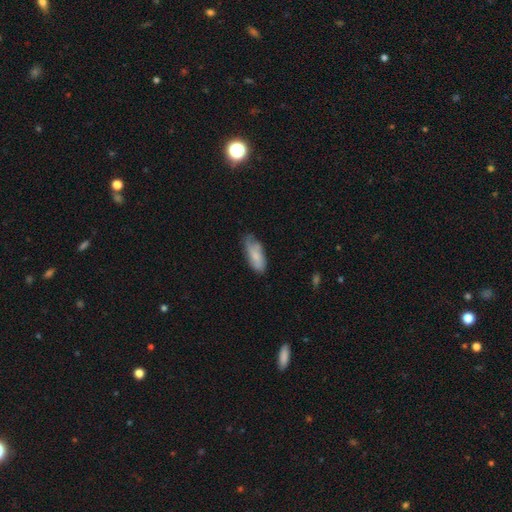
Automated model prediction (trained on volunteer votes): Overall: smooth (71%). How rounded: in between (77%). Merging: none (58%; minor disturbance 32%).